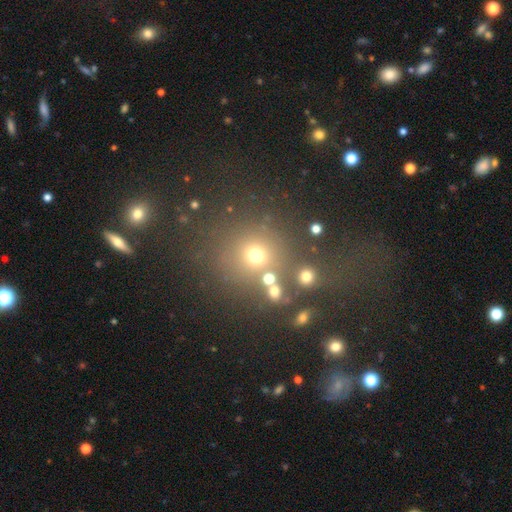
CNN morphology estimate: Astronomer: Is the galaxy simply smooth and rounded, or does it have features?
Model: smooth — 66%.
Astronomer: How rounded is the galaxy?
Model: round — 87%.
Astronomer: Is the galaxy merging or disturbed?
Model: none — 70%.